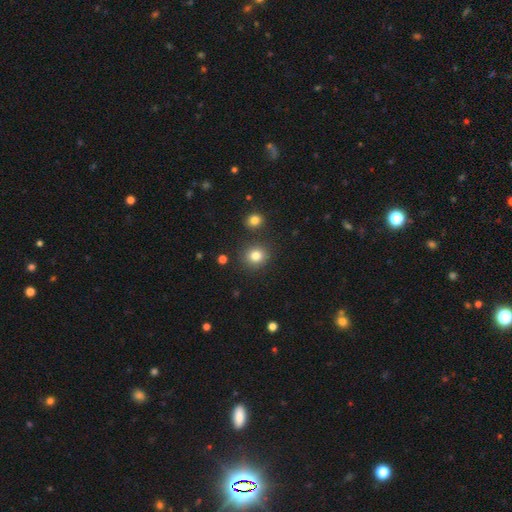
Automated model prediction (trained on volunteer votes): A smooth galaxy with no disk features (81%) that is round (85%). Merging: none (86%).